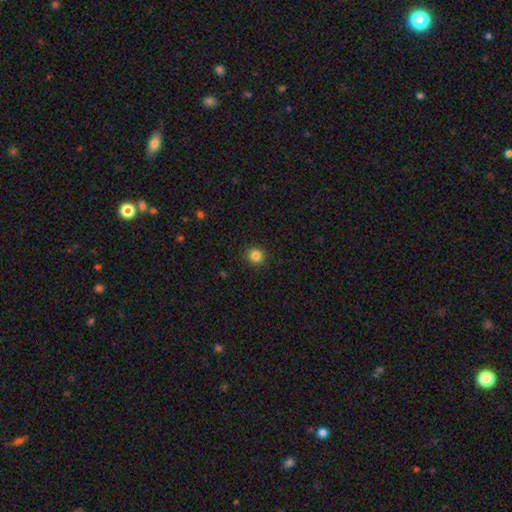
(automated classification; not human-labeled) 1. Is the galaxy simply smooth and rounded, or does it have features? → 84% smooth, 12% star or artifact, 4% featured or disk.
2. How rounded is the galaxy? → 93% round, 6% in between, 1% cigar-shaped.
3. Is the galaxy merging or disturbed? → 92% none, 5% minor disturbance, 2% major disturbance, 1% merger.